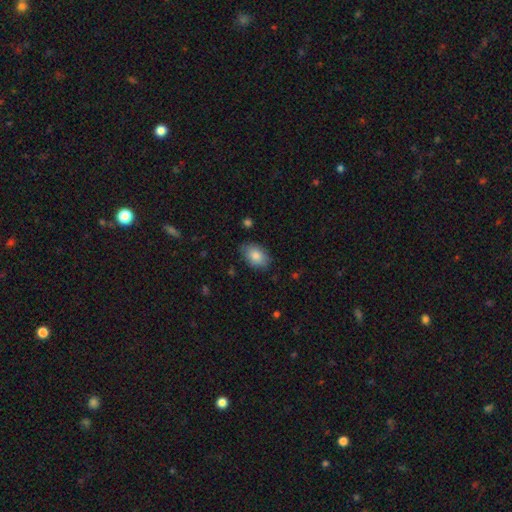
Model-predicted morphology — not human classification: Q: Smooth or featured?
A: smooth (85%); runner-up: featured or disk (8%)
Q: How rounded?
A: in between (87%); runner-up: round (11%)
Q: Merging?
A: none (80%); runner-up: minor disturbance (16%)